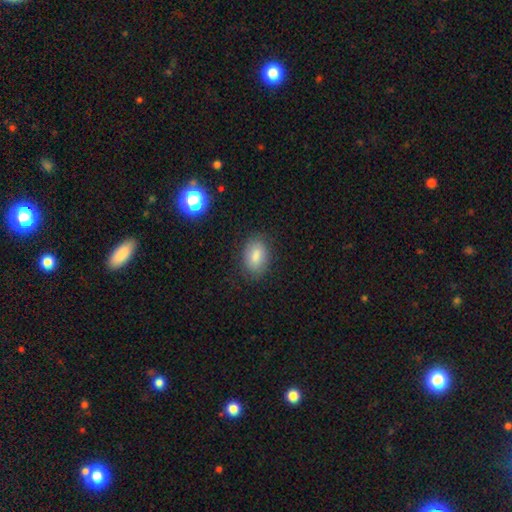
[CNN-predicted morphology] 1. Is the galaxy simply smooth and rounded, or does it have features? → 81% smooth, 10% star or artifact, 9% featured or disk.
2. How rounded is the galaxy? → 84% in between, 15% round, 1% cigar-shaped.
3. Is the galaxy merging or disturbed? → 83% none, 12% minor disturbance, 3% major disturbance, 1% merger.